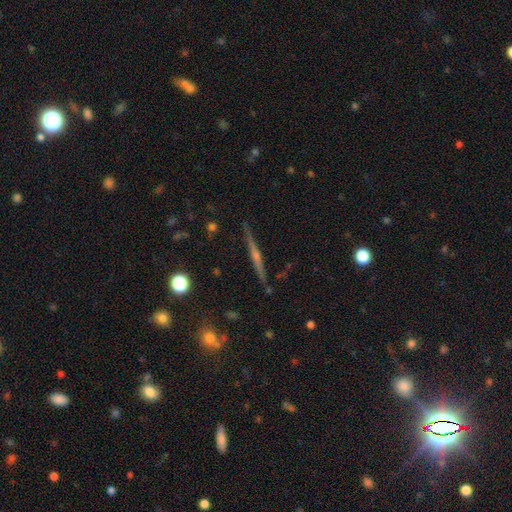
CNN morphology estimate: A featured or disk galaxy (76%) viewed edge-on (98%) with a rounded central bulge (75%).

Vote fractions:
- Smooth or featured? featured or disk: 76% / smooth: 15% / star or artifact: 9%
- Edge-on disk? yes: 98% / no: 2%
- Edge-on bulge? rounded: 75% / none: 18% / boxy: 7%
- Merging? none: 89% / minor disturbance: 8% / major disturbance: 2% / merger: 2%